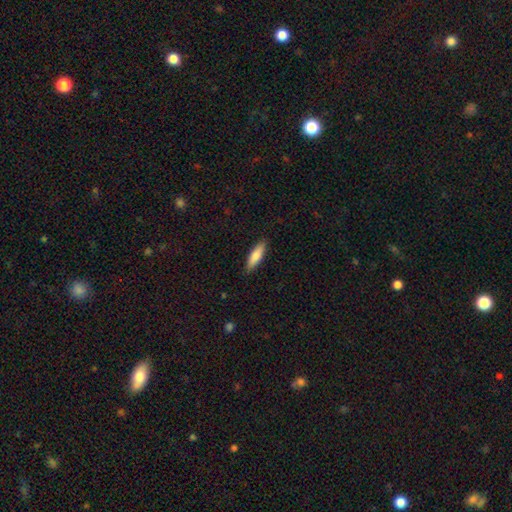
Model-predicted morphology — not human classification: smooth-or-featured: smooth: 79% | featured or disk: 16% | star or artifact: 6%
  how-rounded: cigar-shaped: 57% | in between: 41% | round: 2%
  merging: none: 88% | minor disturbance: 10% | major disturbance: 2% | merger: 1%